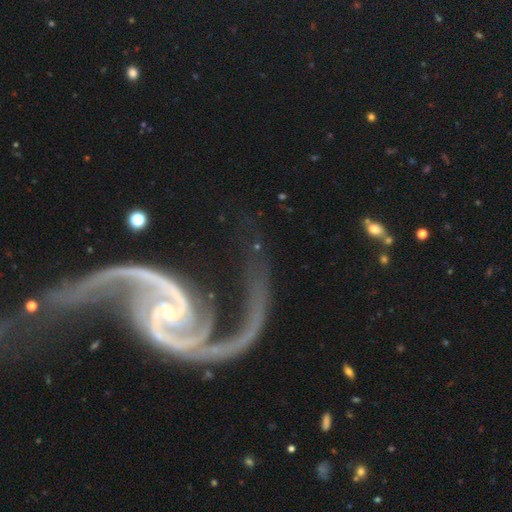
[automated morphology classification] Smooth or featured? Predicted: featured or disk (p=0.93). Edge-on disk? Predicted: no (p=0.98). Bar? Predicted: weak (p=0.39). Spiral arms? Predicted: yes (p=0.98). Spiral winding? Predicted: loose (p=0.46). Spiral arm count? Predicted: 2 (p=0.94). Bulge size? Predicted: small (p=0.80). Merging? Predicted: none (p=0.53).